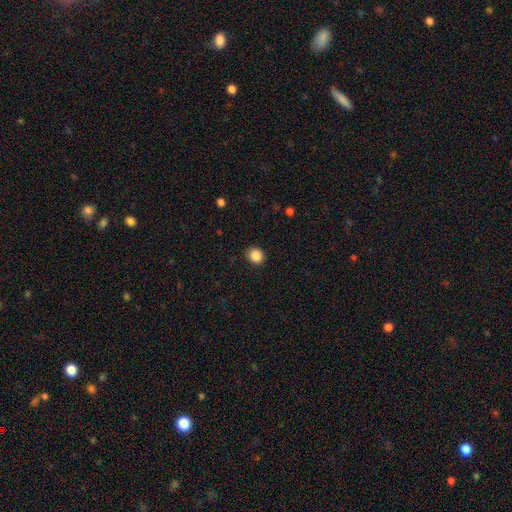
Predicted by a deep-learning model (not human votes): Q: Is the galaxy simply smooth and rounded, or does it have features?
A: smooth — 87%.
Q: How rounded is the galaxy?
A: round — 72%.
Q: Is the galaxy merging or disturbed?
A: none — 88%.